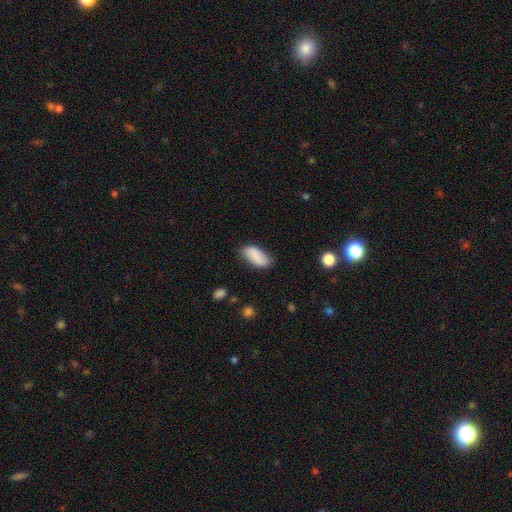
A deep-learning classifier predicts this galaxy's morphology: This is likely a smooth galaxy (77%). How rounded: clearly in between (91%). Merging: likely none (69%).